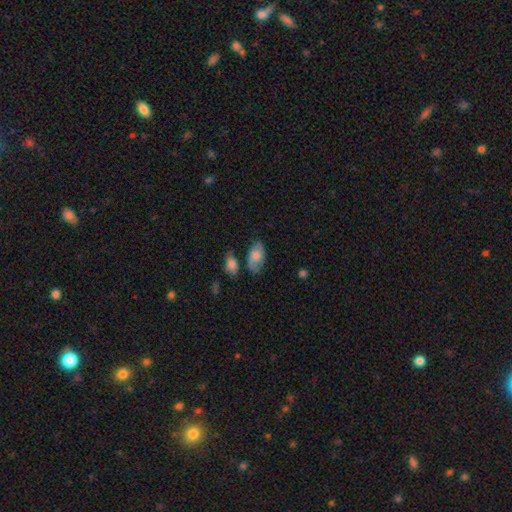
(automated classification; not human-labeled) A smooth galaxy with no disk features (57%) that is in between round and cigar-shaped (91%). Merging: none (64%).